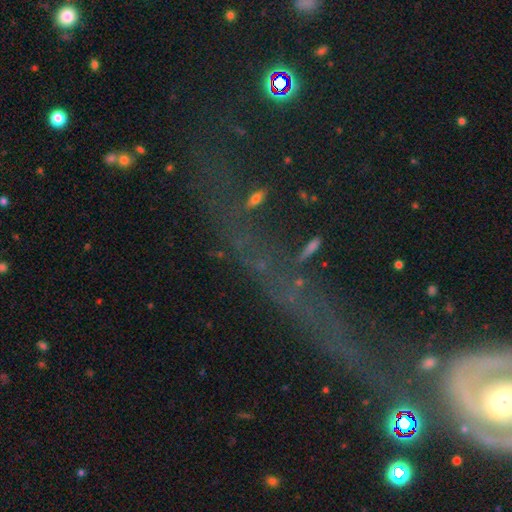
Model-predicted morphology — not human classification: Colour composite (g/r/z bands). It shows a star or artifact, not a galaxy (58%).